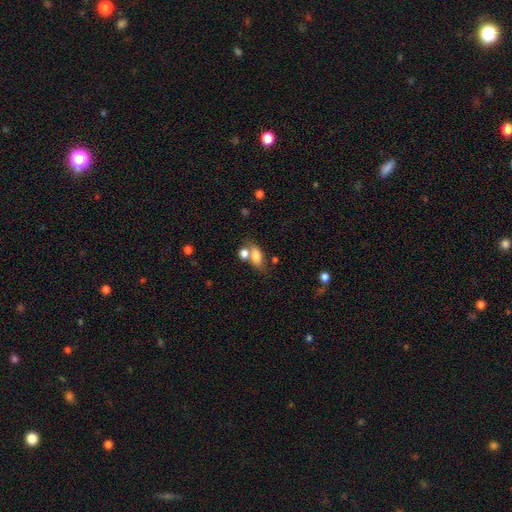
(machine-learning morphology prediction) Overall: smooth (75%). How rounded: in between (81%). Merging: none (46%; merger 33%).